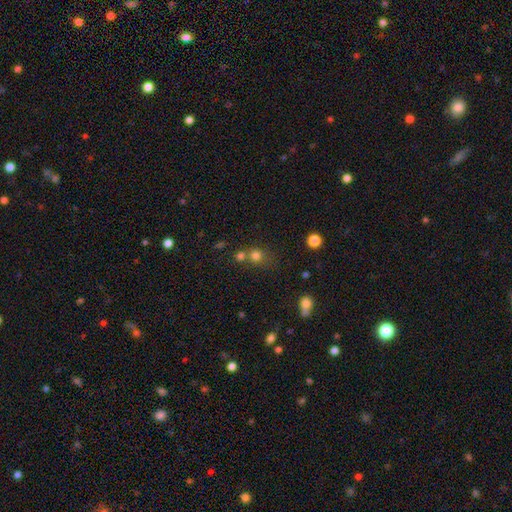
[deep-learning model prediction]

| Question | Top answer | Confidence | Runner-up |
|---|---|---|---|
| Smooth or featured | smooth | 74% | star or artifact (17%) |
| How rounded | round | 83% | in between (16%) |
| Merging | none | 50% | merger (36%) |